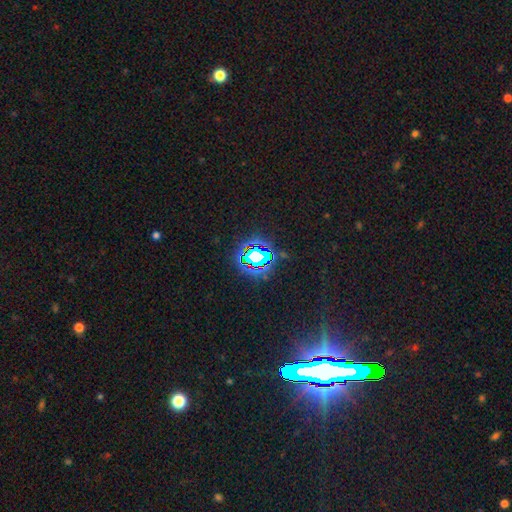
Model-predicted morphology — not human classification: Smooth or featured?
  - star or artifact: 70% *
  - smooth: 18%
  - featured or disk: 12%